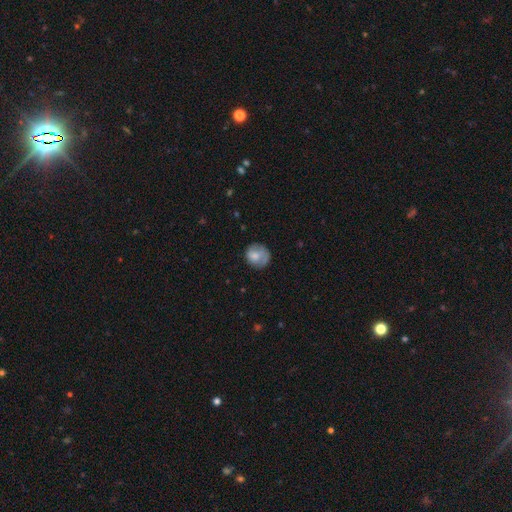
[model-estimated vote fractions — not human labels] smooth-or-featured: smooth: 68% | featured or disk: 24% | star or artifact: 8%
  how-rounded: round: 79% | in between: 20% | cigar-shaped: 1%
  merging: none: 61% | minor disturbance: 26% | major disturbance: 12% | merger: 2%